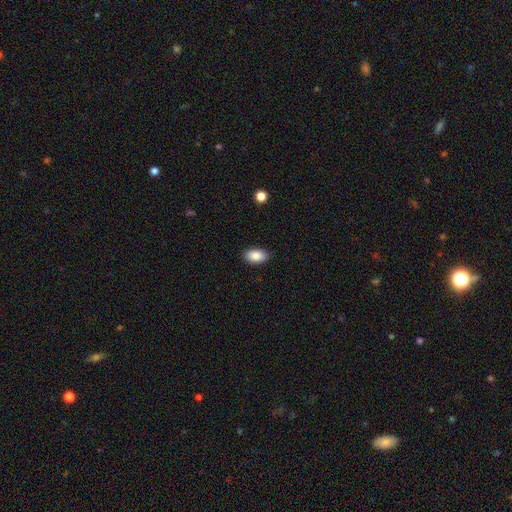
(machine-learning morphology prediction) The model was most divided on "smooth or featured": smooth: 88%, star or artifact: 7%, featured or disk: 5%. More confident: how rounded — in between (93%); merging — none (89%).